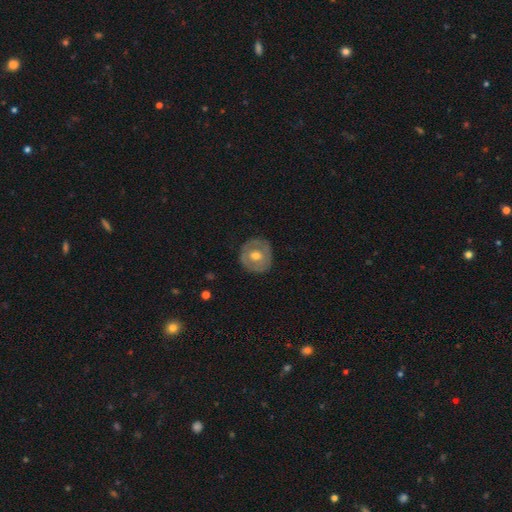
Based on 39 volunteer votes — A featured or disk galaxy (54%) with no bar (65%), no spiral arms (75%) and a moderate central bulge (75%).

Vote fractions:
- Smooth or featured? featured or disk: 54% / smooth: 36% / star or artifact: 10%
- Edge-on disk? no: 95% / yes: 5%
- Bar? no: 65% / weak: 30% / strong: 5%
- Spiral arms? no: 75% / yes: 25%
- Bulge size? moderate: 75% / large: 20% / small: 5% / dominant: 0% / none: 0%
- Merging? none: 89% / minor disturbance: 6% / major disturbance: 6% / merger: 0%